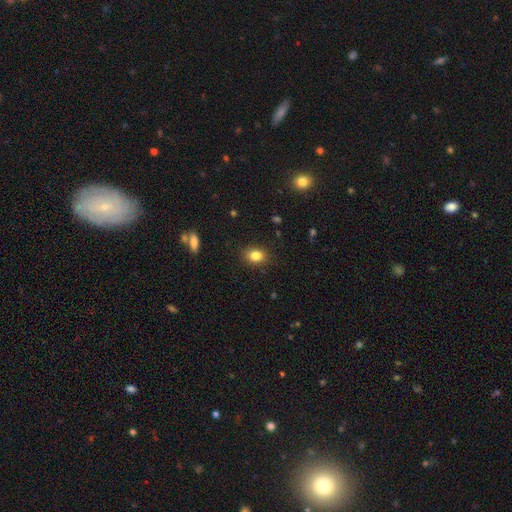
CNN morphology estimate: This appears to be a smooth galaxy with no disk features (84%) that is in between round and cigar-shaped (65%). Merging: none (86%).